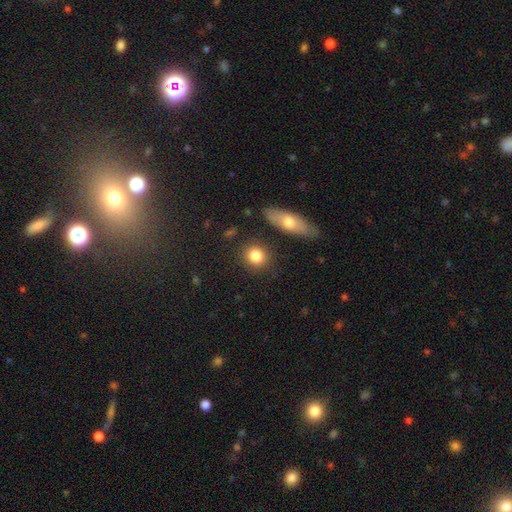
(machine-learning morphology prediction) This appears to be a smooth galaxy with no disk features (83%) that is round (77%). Merging: none (85%).